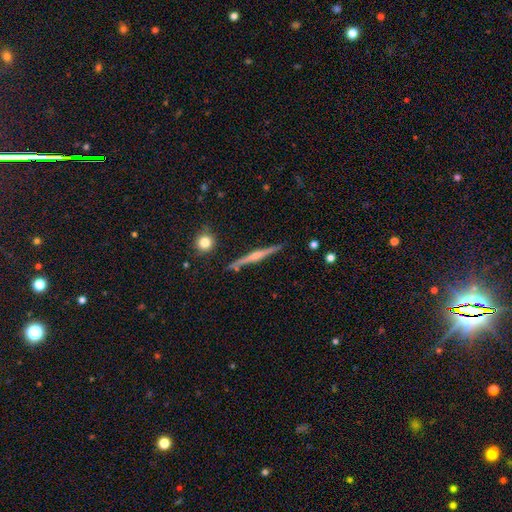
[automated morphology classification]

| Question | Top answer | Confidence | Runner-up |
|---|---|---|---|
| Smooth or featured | featured or disk | 74% | smooth (20%) |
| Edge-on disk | yes | 98% | no (2%) |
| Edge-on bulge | rounded | 75% | none (14%) |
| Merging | none | 86% | minor disturbance (9%) |